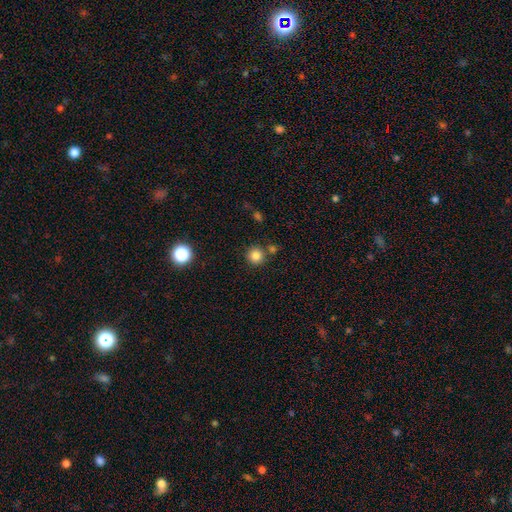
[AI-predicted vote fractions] Smooth or featured? smooth (83%)
How rounded? round (94%)
Merging? none (78%)